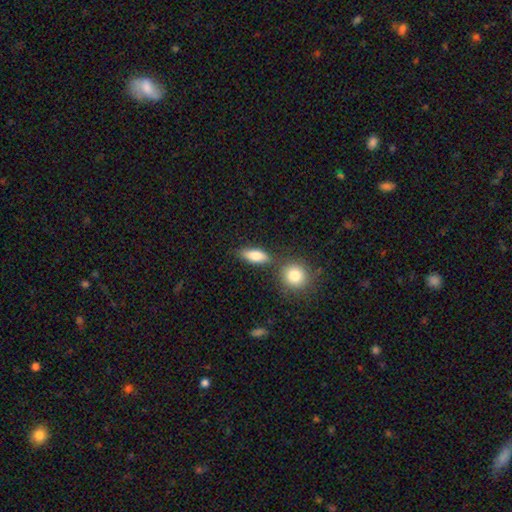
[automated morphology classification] smooth_or_featured: smooth (p=0.80) [alt: featured or disk p=0.12]
how_rounded: in between (p=0.75) [alt: cigar-shaped p=0.17]
merging: none (p=0.70) [alt: merger p=0.14]